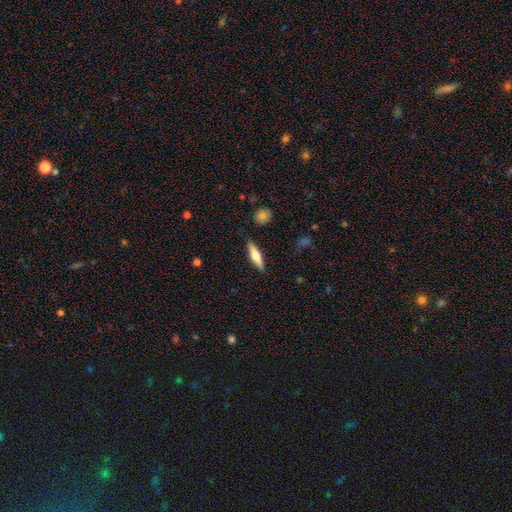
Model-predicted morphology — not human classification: type=smooth (49%); merging=none (88%).